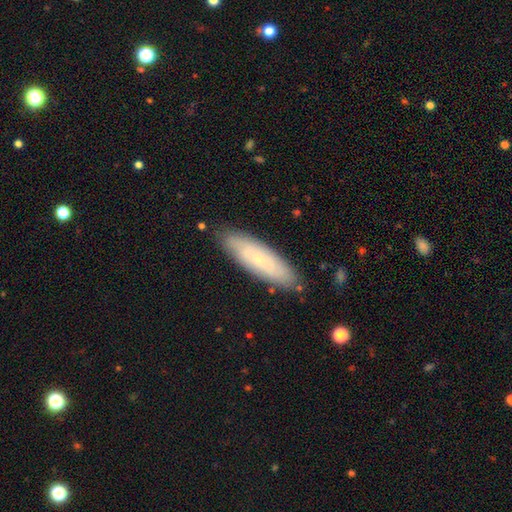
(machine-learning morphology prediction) type=smooth (55%); roundness=cigar-shaped (60%); merging=none (85%).